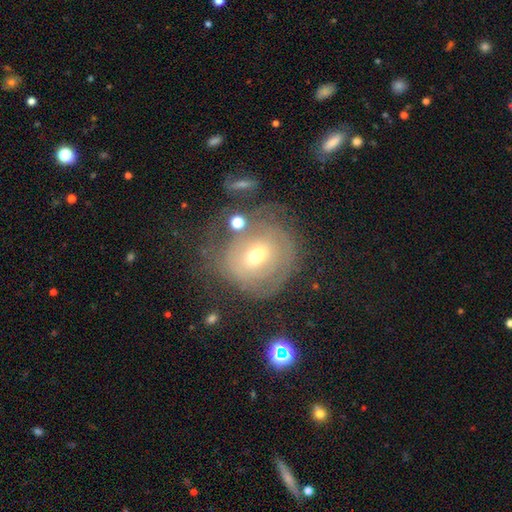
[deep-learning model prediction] The model was most divided on "bulge size": moderate: 52%, small: 41%, large: 4%, dominant: 1%, none: 1%. More confident: edge-on disk — no (96%); spiral arms — yes (61%); smooth or featured — featured or disk (58%); bar — no (53%); merging — none (52%).